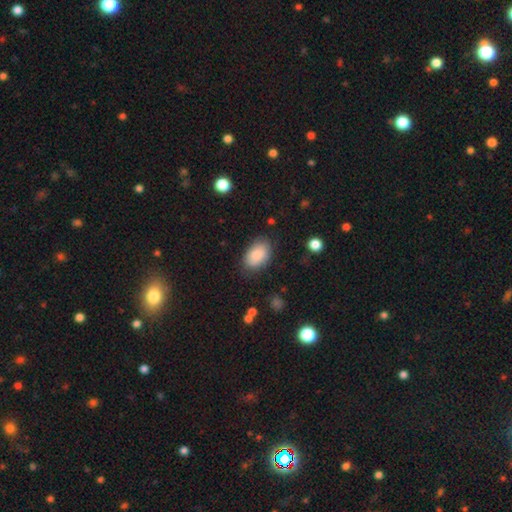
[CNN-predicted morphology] Smooth or featured?
  - smooth: 86% *
  - star or artifact: 7%
  - featured or disk: 6%
How rounded?
  - in between: 90% *
  - round: 9%
  - cigar-shaped: 1%
Merging?
  - none: 79% *
  - minor disturbance: 16%
  - major disturbance: 4%
  - merger: 2%